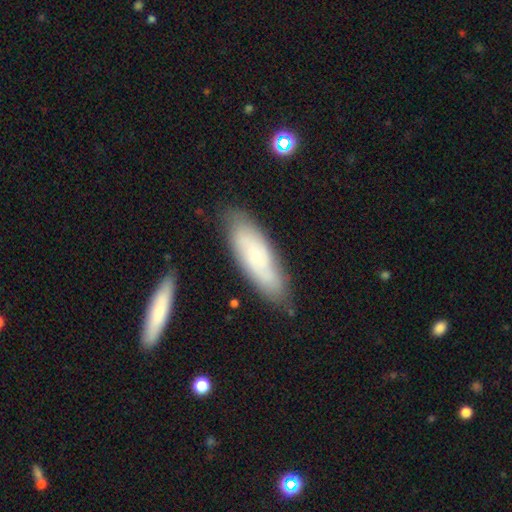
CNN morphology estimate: smooth_or_featured: featured or disk (p=0.47) [alt: smooth p=0.46]
merging: none (p=0.76) [alt: minor disturbance p=0.17]